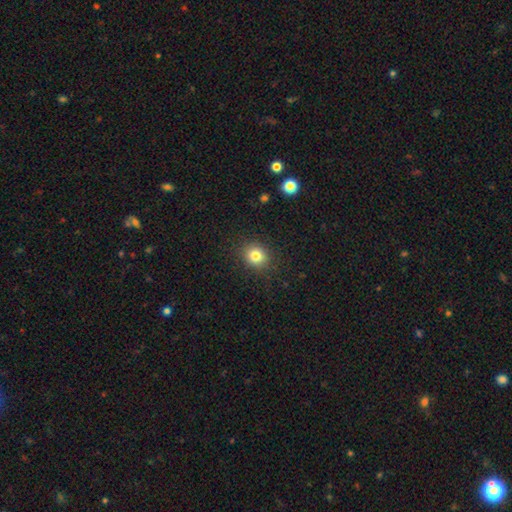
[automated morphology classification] A smooth galaxy with no disk features (82%) that is round (74%). Merging: none (88%).